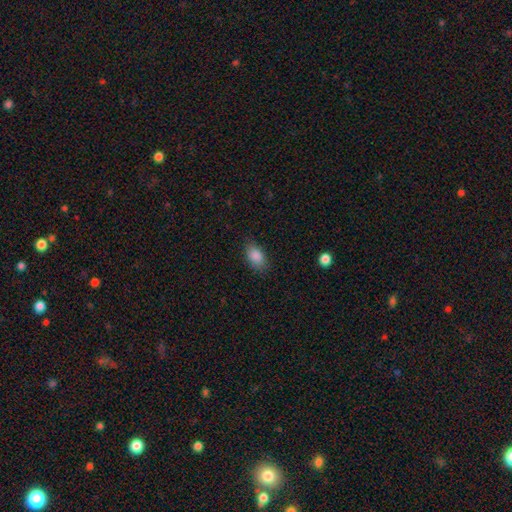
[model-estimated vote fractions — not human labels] smooth-or-featured: smooth: 87% | star or artifact: 8% | featured or disk: 5%
  how-rounded: in between: 89% | round: 8% | cigar-shaped: 3%
  merging: none: 81% | minor disturbance: 14% | major disturbance: 3% | merger: 1%